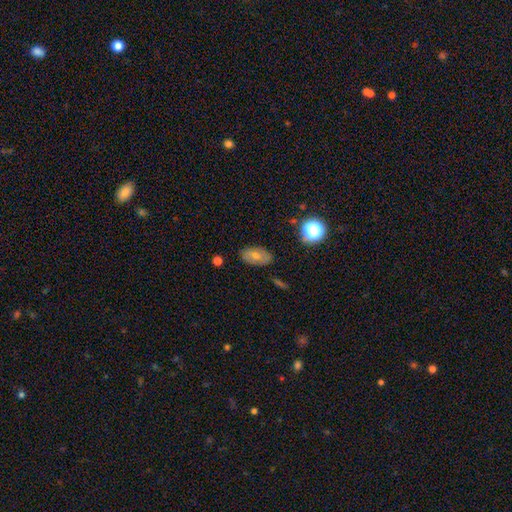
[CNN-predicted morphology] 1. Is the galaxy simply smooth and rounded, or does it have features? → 65% smooth, 24% featured or disk, 11% star or artifact.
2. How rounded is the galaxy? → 88% in between, 10% round, 2% cigar-shaped.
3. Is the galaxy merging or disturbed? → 82% none, 14% minor disturbance, 3% major disturbance, 2% merger.